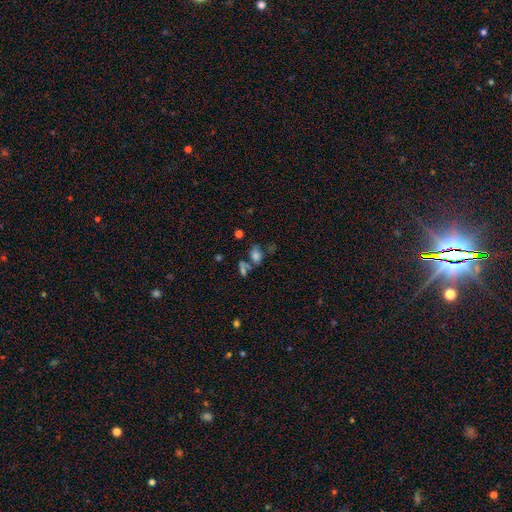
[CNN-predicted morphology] Overall: smooth (66%). How rounded: in between (75%). Merging: none (45%; merger 28%).